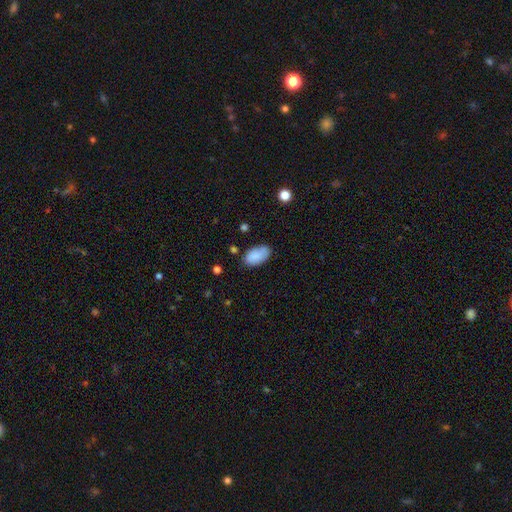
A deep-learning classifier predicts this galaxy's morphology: smooth-or-featured: smooth: 87% | star or artifact: 7% | featured or disk: 5%
  how-rounded: in between: 94% | round: 4% | cigar-shaped: 2%
  merging: none: 74% | minor disturbance: 19% | major disturbance: 4% | merger: 2%